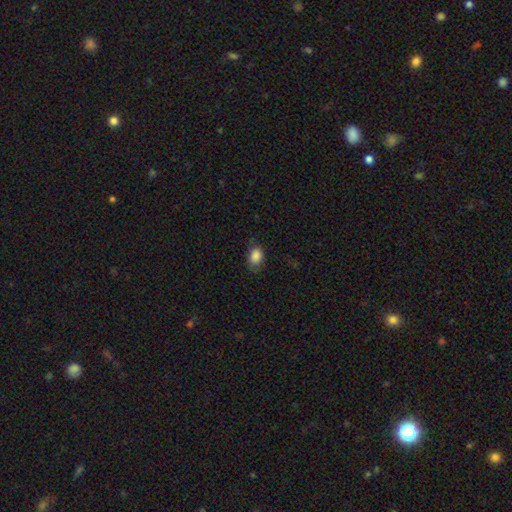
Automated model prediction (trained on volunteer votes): This appears to be a smooth galaxy with no disk features (87%) that is in between round and cigar-shaped (74%). Merging: none (68%).